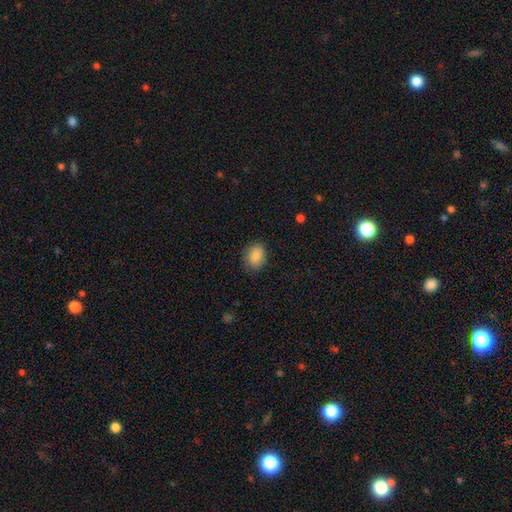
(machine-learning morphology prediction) A smooth galaxy with no disk features (84%) that is in between round and cigar-shaped (60%).

Vote fractions:
- Smooth or featured? smooth: 84% / star or artifact: 8% / featured or disk: 8%
- How rounded? in between: 60% / round: 39% / cigar-shaped: 1%
- Merging? none: 81% / minor disturbance: 15% / major disturbance: 3% / merger: 1%